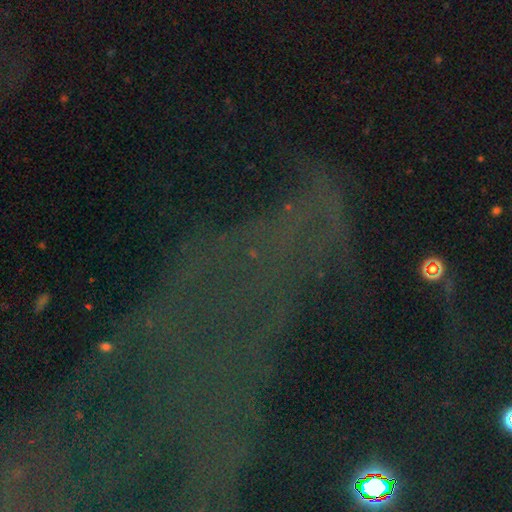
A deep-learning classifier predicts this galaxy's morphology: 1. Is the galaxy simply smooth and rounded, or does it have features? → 77% star or artifact, 12% featured or disk, 10% smooth.